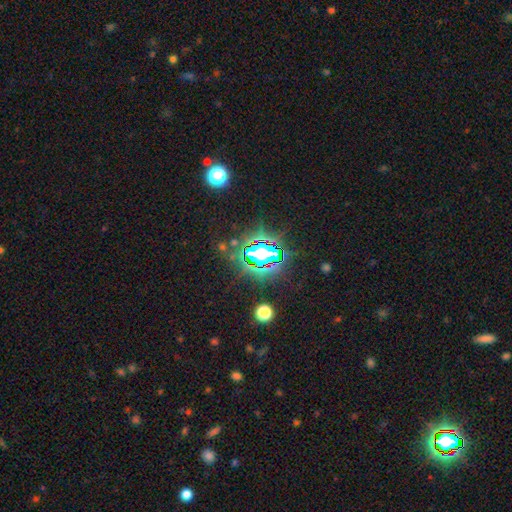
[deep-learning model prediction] Morphology: type=star or artifact (77%).